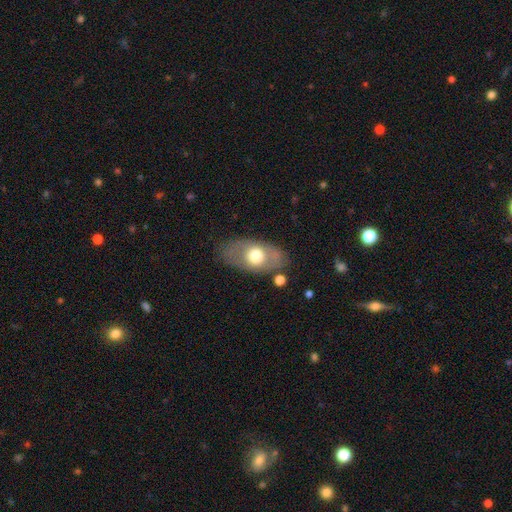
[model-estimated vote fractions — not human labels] A smooth galaxy with no disk features (57%) that is in between round and cigar-shaped (87%).

Vote fractions:
- Smooth or featured? smooth: 57% / featured or disk: 36% / star or artifact: 7%
- How rounded? in between: 87% / round: 11% / cigar-shaped: 3%
- Merging? none: 75% / minor disturbance: 15% / major disturbance: 6% / merger: 3%